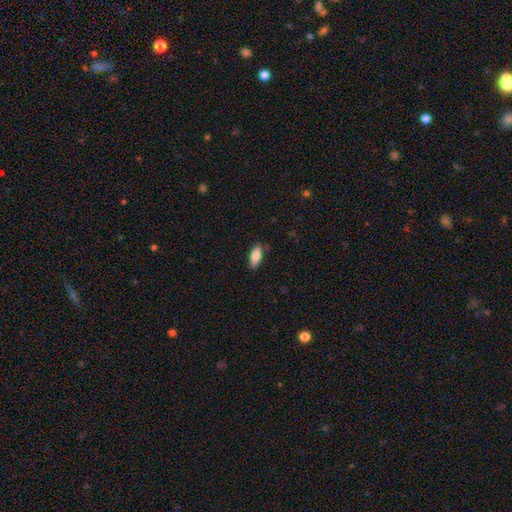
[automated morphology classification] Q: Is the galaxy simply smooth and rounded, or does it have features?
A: smooth — 83%.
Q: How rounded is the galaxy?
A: in between — 82%.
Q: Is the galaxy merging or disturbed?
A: none — 81%.